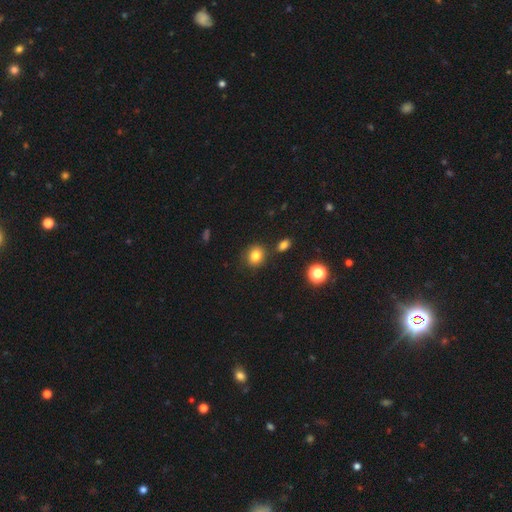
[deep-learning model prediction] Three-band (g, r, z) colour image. It shows a smooth galaxy with no disk features (81%) that is round (72%). Merging: none (81%).